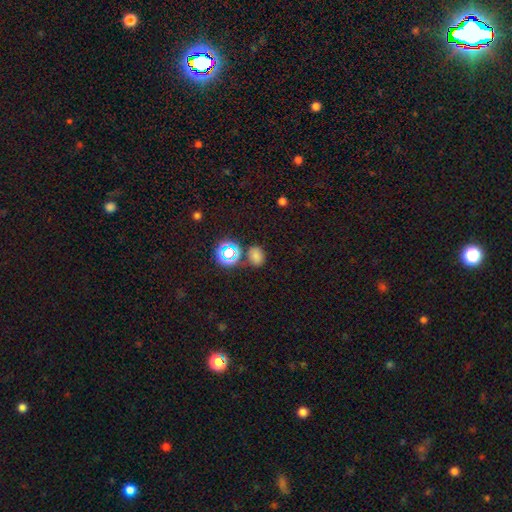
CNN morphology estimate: smooth_or_featured: smooth (p=0.67) [alt: star or artifact p=0.27]
how_rounded: in between (p=0.55) [alt: round p=0.44]
merging: none (p=0.74) [alt: minor disturbance p=0.13]